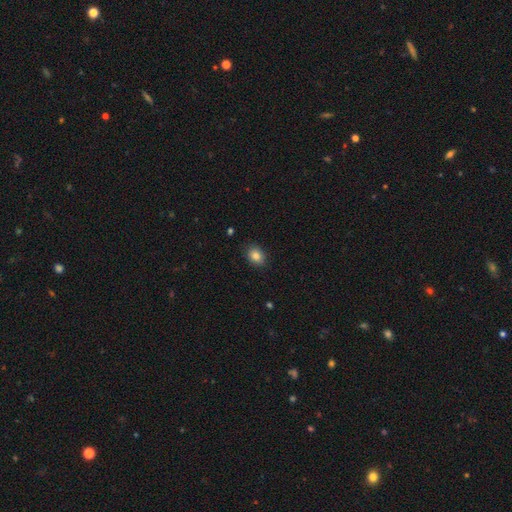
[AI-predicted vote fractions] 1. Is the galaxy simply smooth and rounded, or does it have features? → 84% smooth, 10% star or artifact, 6% featured or disk.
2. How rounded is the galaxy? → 54% in between, 45% round, 1% cigar-shaped.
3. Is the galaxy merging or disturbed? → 86% none, 10% minor disturbance, 2% major disturbance, 1% merger.